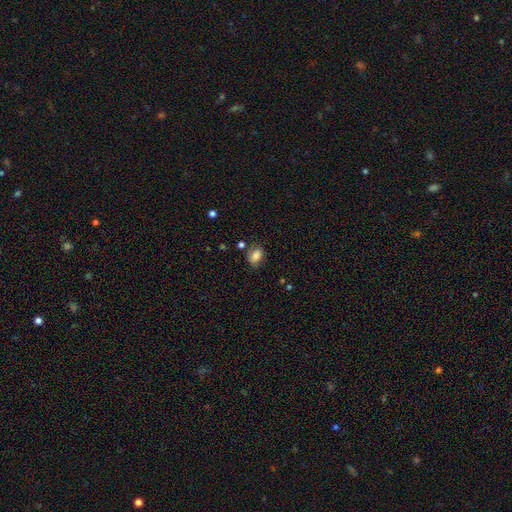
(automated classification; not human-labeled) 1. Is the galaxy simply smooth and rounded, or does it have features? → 80% smooth, 10% star or artifact, 10% featured or disk.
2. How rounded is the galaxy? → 72% in between, 27% round, 2% cigar-shaped.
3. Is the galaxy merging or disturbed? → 71% none, 19% minor disturbance, 5% major disturbance, 5% merger.